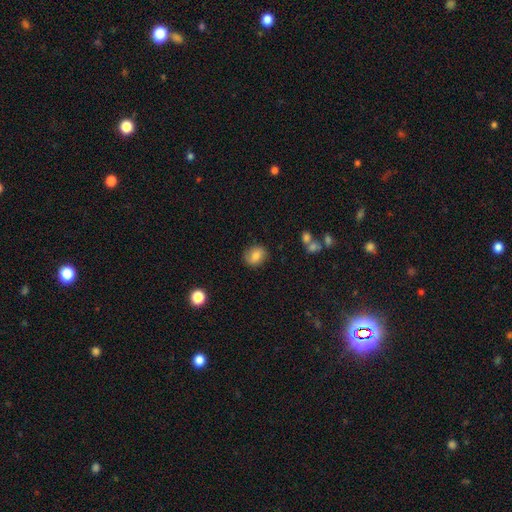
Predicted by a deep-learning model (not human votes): This appears to be a smooth galaxy with no disk features (75%) that is round (59%). Merging: none (83%).